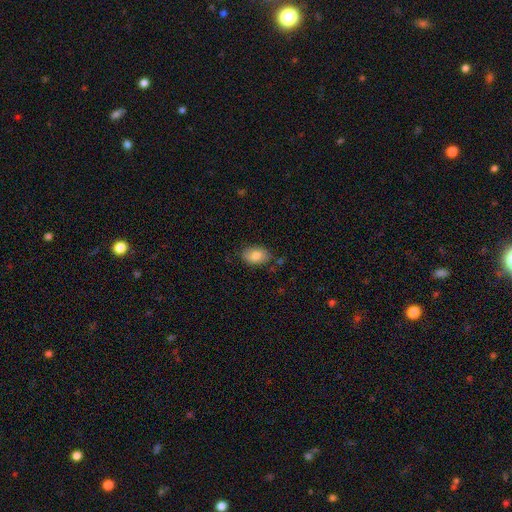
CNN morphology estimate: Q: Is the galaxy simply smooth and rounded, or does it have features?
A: smooth — 82%.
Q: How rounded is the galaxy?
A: in between — 87%.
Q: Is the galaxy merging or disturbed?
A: none — 81%.